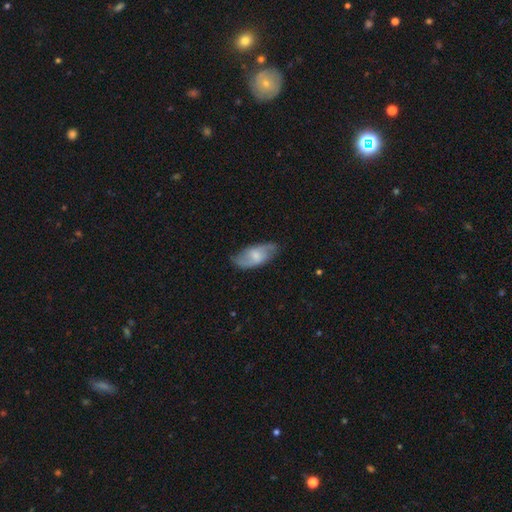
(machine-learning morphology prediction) This appears to be a featured or disk galaxy (51%). Merging: none (75%).